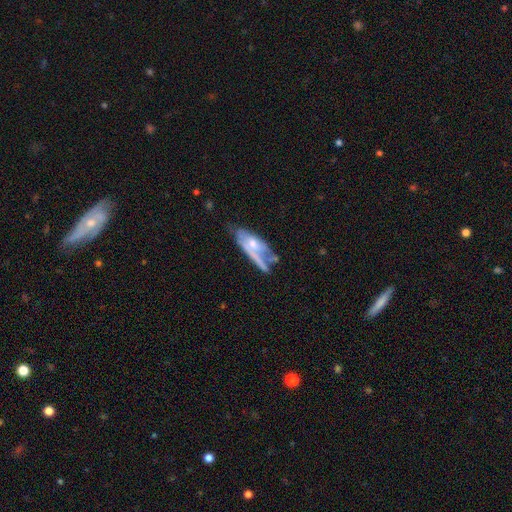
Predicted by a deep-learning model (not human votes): Smooth or featured? featured or disk (56%)
Edge-on disk? no (74%)
Merging? none (28%, tied with major disturbance)